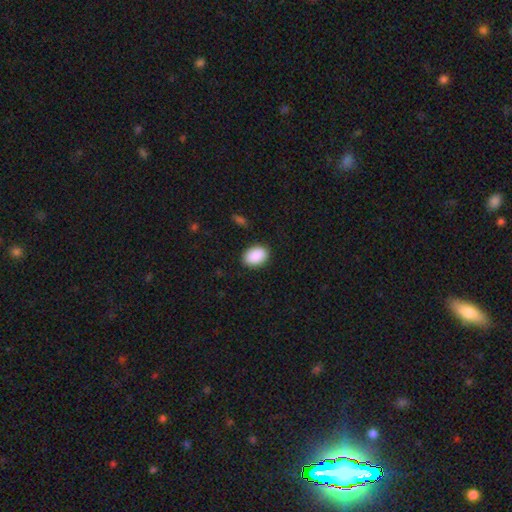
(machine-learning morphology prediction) This is clearly a smooth galaxy (91%). How rounded: clearly in between (83%). Merging: clearly none (89%).